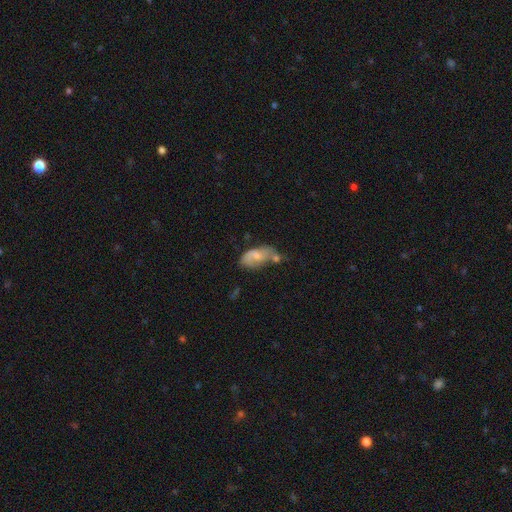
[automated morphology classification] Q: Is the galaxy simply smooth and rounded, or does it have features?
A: smooth — 59%.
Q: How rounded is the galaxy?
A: in between — 91%.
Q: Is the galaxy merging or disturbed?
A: none — 29%.